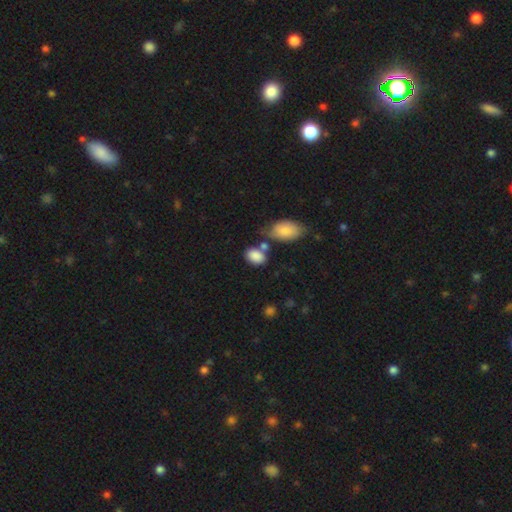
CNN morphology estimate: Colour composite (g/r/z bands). It shows a smooth galaxy with no disk features (86%) that is in between round and cigar-shaped (81%). Merging: none (54%).